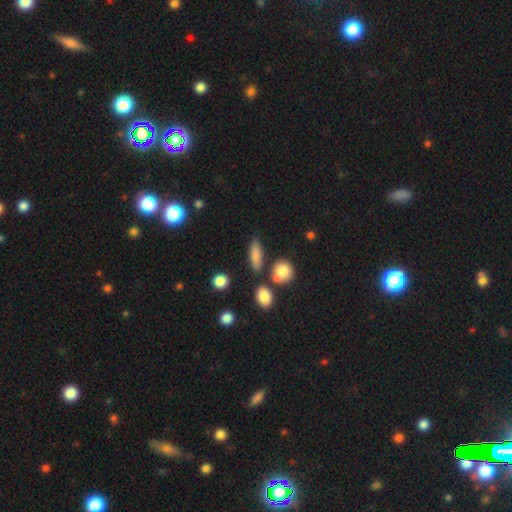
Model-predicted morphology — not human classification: Smooth or featured: smooth — 77% (featured or disk — 14%)
How rounded: cigar-shaped — 49% (in between — 44%)
Merging: none — 75% (minor disturbance — 13%)